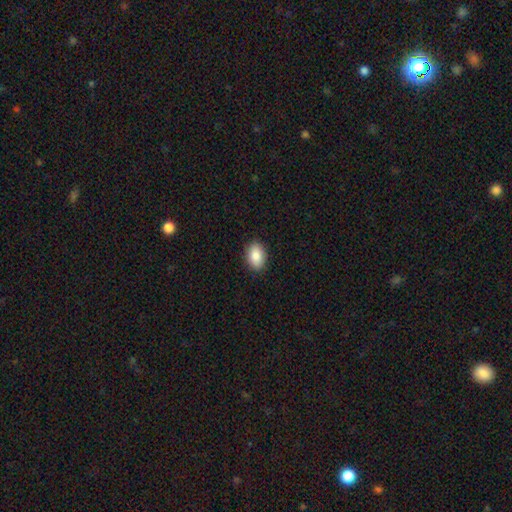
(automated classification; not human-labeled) Q: Smooth or featured?
A: smooth (88%); runner-up: star or artifact (7%)
Q: How rounded?
A: in between (86%); runner-up: round (13%)
Q: Merging?
A: none (89%); runner-up: minor disturbance (8%)